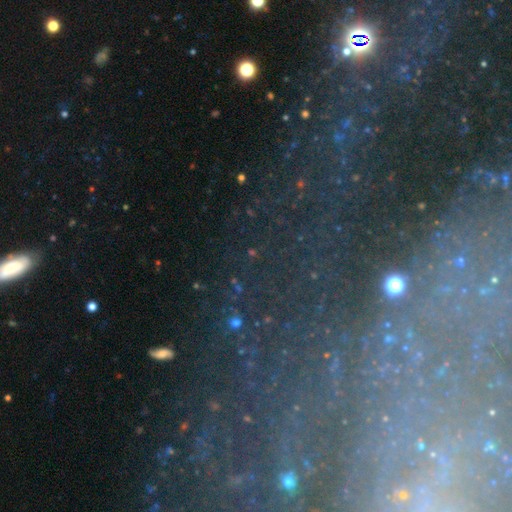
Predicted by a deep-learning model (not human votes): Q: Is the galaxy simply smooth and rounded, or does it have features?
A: featured or disk — 44%.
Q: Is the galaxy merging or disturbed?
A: none — 72%.